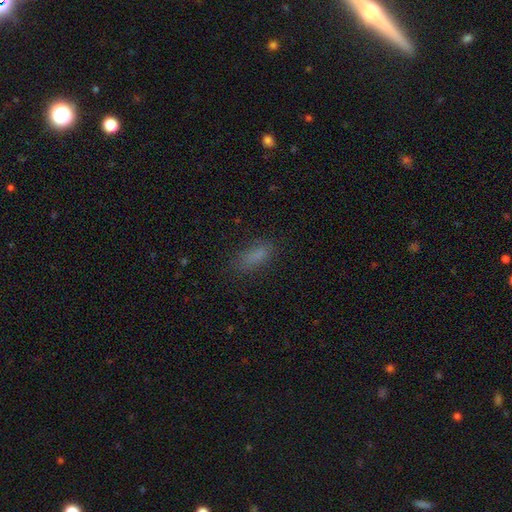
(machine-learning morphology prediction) smooth-or-featured: smooth: 79% | star or artifact: 13% | featured or disk: 8%
  how-rounded: in between: 68% | cigar-shaped: 29% | round: 3%
  merging: none: 77% | minor disturbance: 15% | major disturbance: 6% | merger: 2%